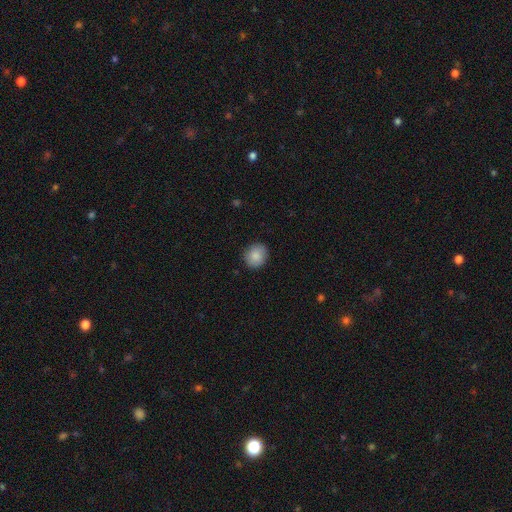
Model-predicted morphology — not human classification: This appears to be a smooth galaxy with no disk features (86%) that is round (70%). Merging: none (88%).